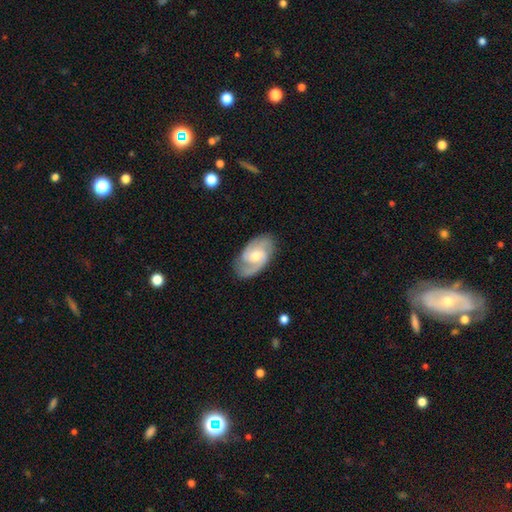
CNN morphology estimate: type=featured or disk (85%); edge-on=no (96%); bar=no (50%); spiral arms=yes (97%); winding=medium (50%); arm count=2 (70%); bulge=moderate (55%); merging=none (81%).